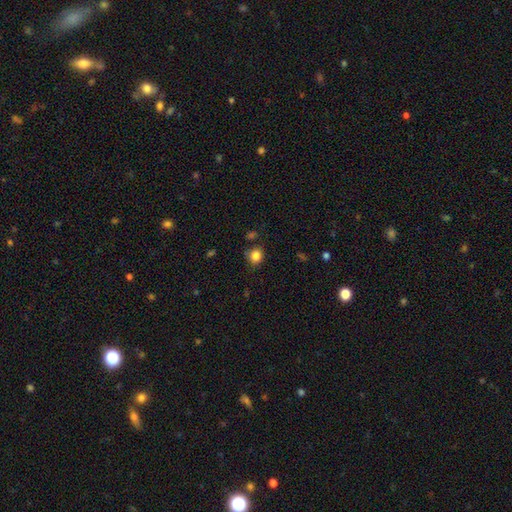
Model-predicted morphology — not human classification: Overall: smooth (84%). How rounded: round (78%). Merging: none (78%).